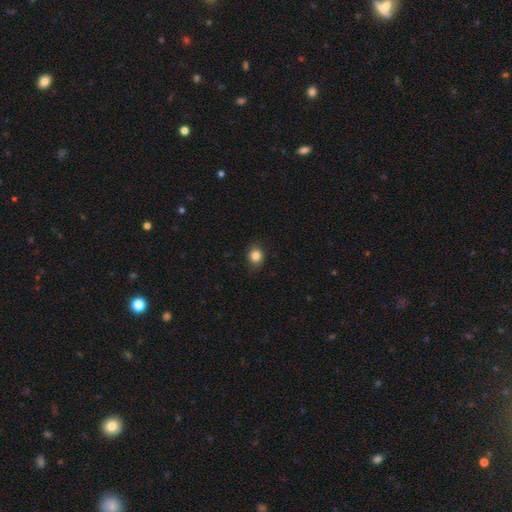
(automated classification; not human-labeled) The model was most divided on "how rounded": round: 63%, in between: 36%, cigar-shaped: 1%. More confident: smooth or featured — smooth (84%); merging — none (84%).